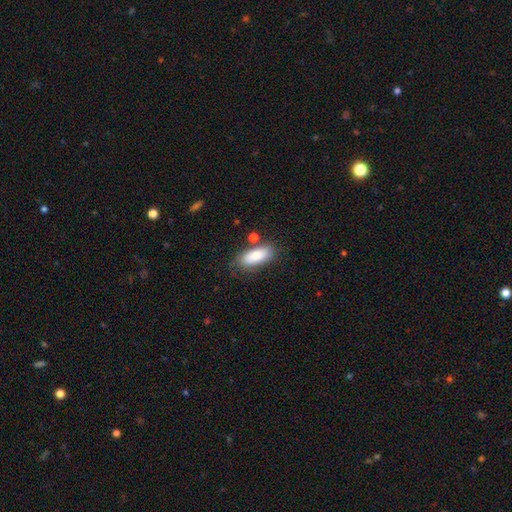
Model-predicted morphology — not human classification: smooth-or-featured: smooth: 85% | featured or disk: 9% | star or artifact: 7%
  how-rounded: in between: 83% | cigar-shaped: 14% | round: 2%
  merging: none: 70% | minor disturbance: 18% | merger: 8% | major disturbance: 5%